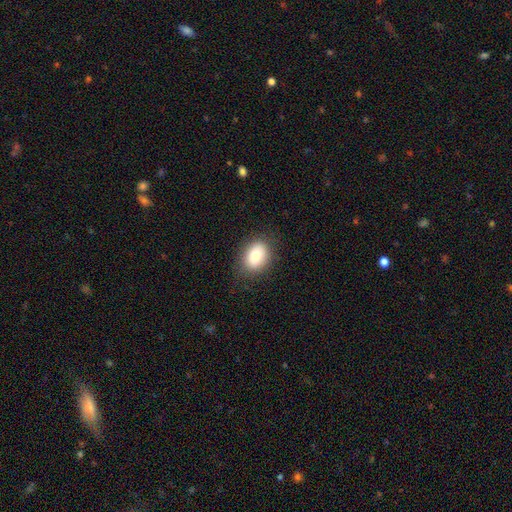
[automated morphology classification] type=smooth (81%); roundness=in between (72%); merging=none (83%).